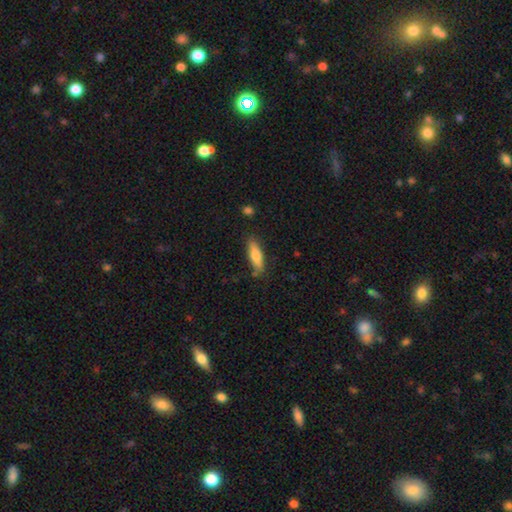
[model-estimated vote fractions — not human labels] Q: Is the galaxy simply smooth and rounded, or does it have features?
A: smooth — 78%.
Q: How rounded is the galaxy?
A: cigar-shaped — 51%.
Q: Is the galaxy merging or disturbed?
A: none — 79%.